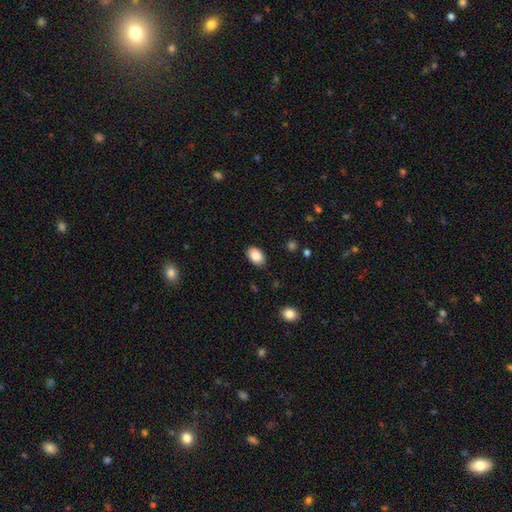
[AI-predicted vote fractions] This is clearly a smooth galaxy (89%). How rounded: clearly in between (89%). Merging: clearly none (86%).